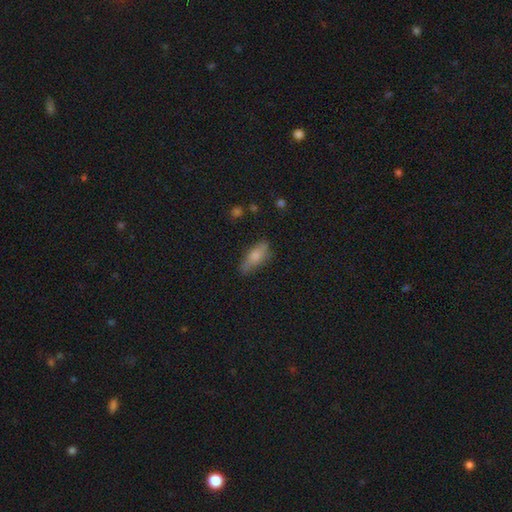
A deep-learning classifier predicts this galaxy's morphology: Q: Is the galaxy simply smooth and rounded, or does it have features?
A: smooth — 71%.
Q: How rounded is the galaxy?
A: in between — 69%.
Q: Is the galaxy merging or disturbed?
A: none — 73%.